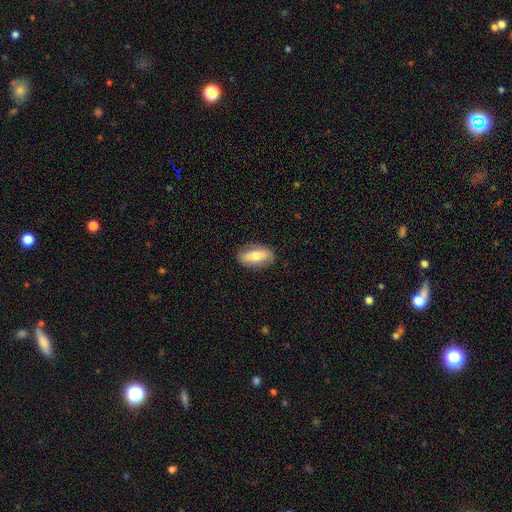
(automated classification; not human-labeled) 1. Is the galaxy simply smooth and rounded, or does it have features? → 67% smooth, 26% featured or disk, 6% star or artifact.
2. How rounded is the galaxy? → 83% in between, 13% cigar-shaped, 4% round.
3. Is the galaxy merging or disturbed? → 85% none, 12% minor disturbance, 3% major disturbance, 1% merger.